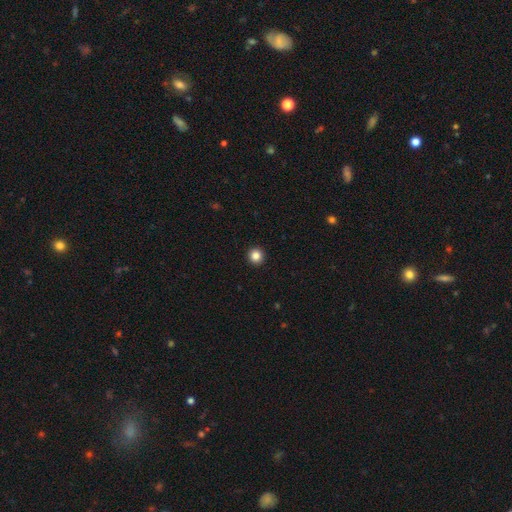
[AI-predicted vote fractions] A smooth galaxy with no disk features (85%) that is round (95%).

Vote fractions:
- Smooth or featured? smooth: 85% / star or artifact: 11% / featured or disk: 4%
- How rounded? round: 95% / in between: 4% / cigar-shaped: 1%
- Merging? none: 94% / minor disturbance: 4% / major disturbance: 1% / merger: 1%